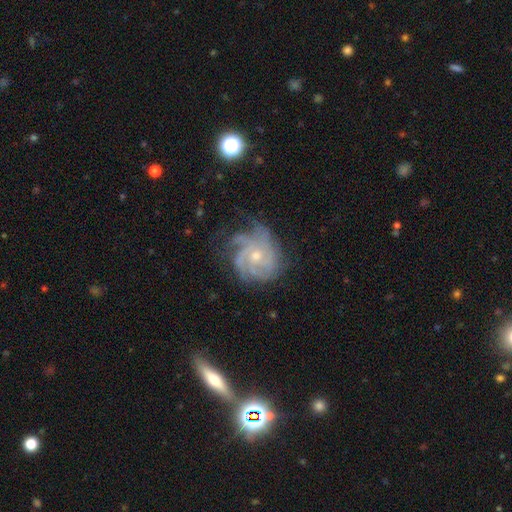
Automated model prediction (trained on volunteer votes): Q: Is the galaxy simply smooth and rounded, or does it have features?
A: featured or disk — 85%.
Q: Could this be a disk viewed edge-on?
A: no — 98%.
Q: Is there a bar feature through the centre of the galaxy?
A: no — 76%.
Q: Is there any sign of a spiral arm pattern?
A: yes — 96%.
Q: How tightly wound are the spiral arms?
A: tight — 63%.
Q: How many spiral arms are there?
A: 4 — 31%.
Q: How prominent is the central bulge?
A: small — 50%.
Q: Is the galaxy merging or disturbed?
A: none — 63%.